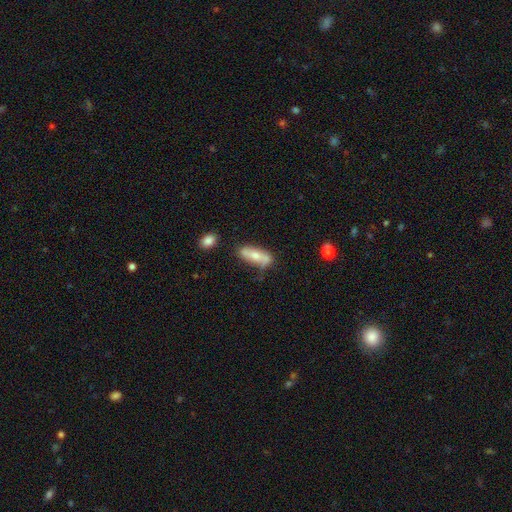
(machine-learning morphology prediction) Q: Smooth or featured?
A: smooth (56%); runner-up: featured or disk (37%)
Q: How rounded?
A: in between (62%); runner-up: cigar-shaped (35%)
Q: Merging?
A: none (55%); runner-up: minor disturbance (27%)